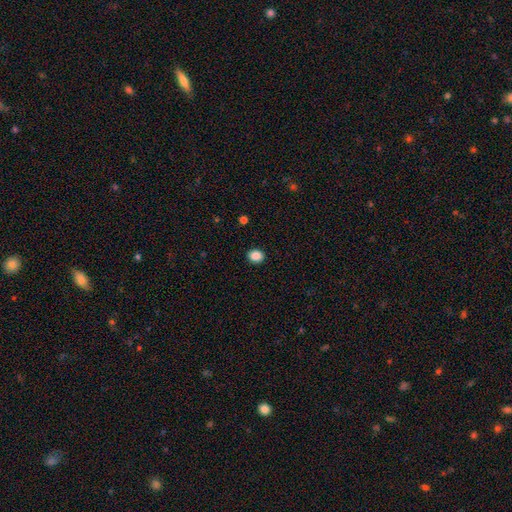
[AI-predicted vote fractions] smooth 88%, star or artifact 9%, featured or disk 3%. Down the decision tree: how rounded — round (65%); merging — none (92%).